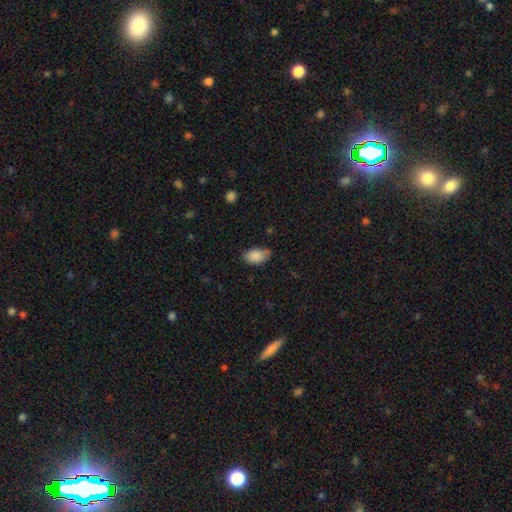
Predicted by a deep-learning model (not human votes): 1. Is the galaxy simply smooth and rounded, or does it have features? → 87% smooth, 7% star or artifact, 5% featured or disk.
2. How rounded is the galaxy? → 91% in between, 7% round, 2% cigar-shaped.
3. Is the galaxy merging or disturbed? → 69% none, 25% minor disturbance, 4% major disturbance, 2% merger.